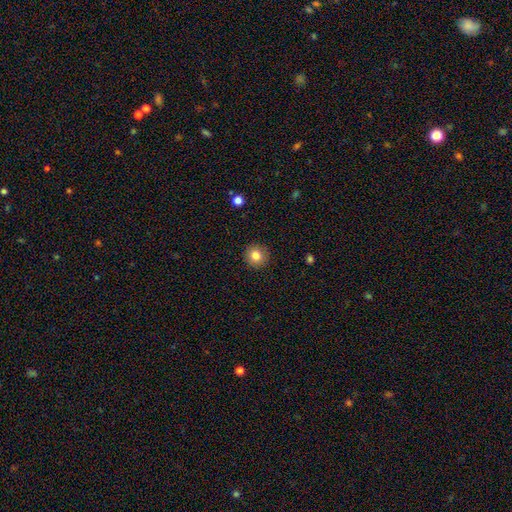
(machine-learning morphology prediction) smooth-or-featured: smooth: 83% | star or artifact: 10% | featured or disk: 7%
  how-rounded: round: 93% | in between: 6% | cigar-shaped: 1%
  merging: none: 92% | minor disturbance: 6% | major disturbance: 2% | merger: 1%